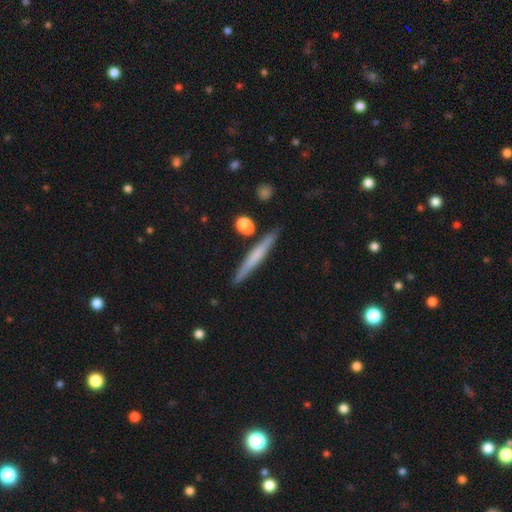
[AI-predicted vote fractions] smooth 52%, featured or disk 41%, star or artifact 6%. Down the decision tree: how rounded — cigar-shaped (96%); merging — none (87%).